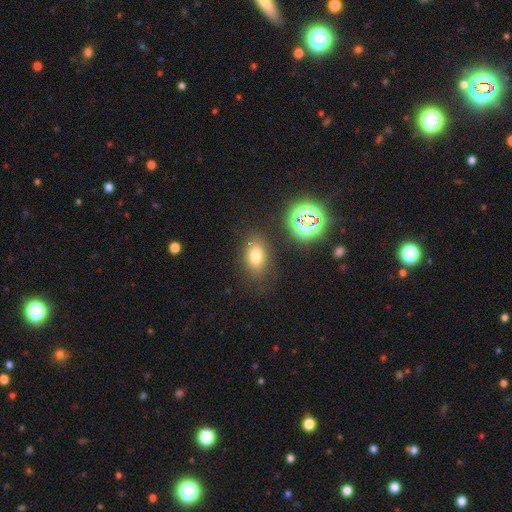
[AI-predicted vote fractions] smooth_or_featured: smooth (p=0.73) [alt: star or artifact p=0.17]
how_rounded: in between (p=0.83) [alt: round p=0.15]
merging: none (p=0.81) [alt: minor disturbance p=0.12]